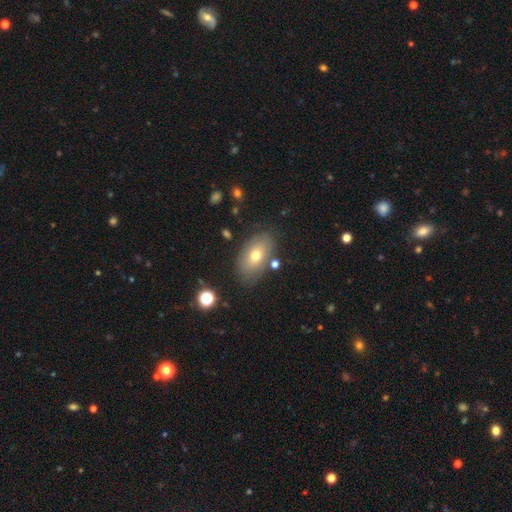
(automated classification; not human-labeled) A smooth galaxy with no disk features (61%) that is in between round and cigar-shaped (89%).

Vote fractions:
- Smooth or featured? smooth: 61% / featured or disk: 29% / star or artifact: 9%
- How rounded? in between: 89% / round: 8% / cigar-shaped: 2%
- Merging? none: 77% / minor disturbance: 15% / major disturbance: 5% / merger: 4%